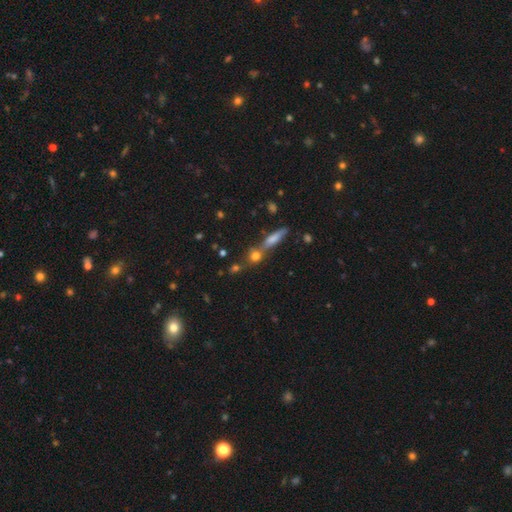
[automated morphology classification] Smooth or featured? Predicted: smooth (p=0.67). How rounded? Predicted: round (p=0.58). Merging? Predicted: none (p=0.55).